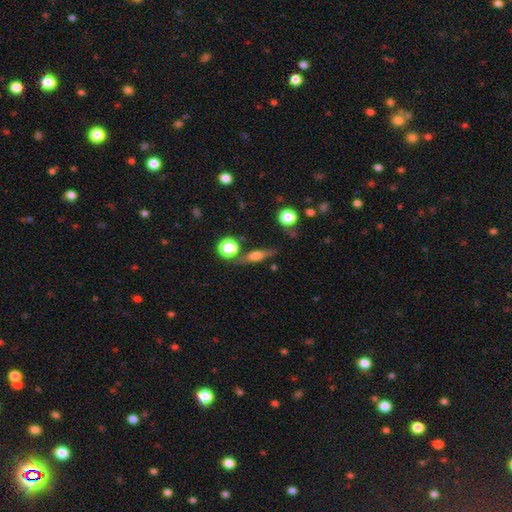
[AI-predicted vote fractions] This is marginally a smooth galaxy (45%). Merging: likely none (73%).